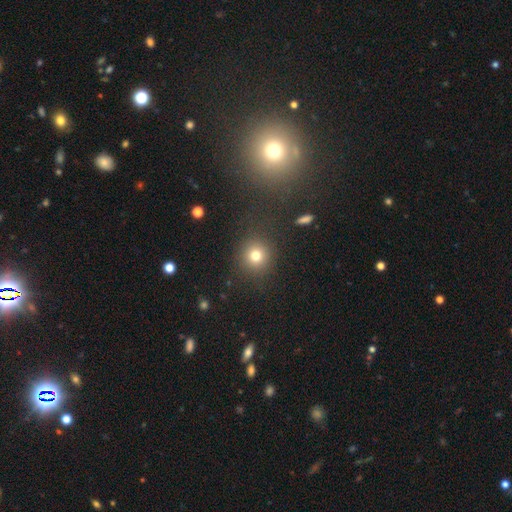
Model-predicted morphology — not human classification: Q: Smooth or featured?
A: smooth (77%); runner-up: star or artifact (15%)
Q: How rounded?
A: round (91%); runner-up: in between (8%)
Q: Merging?
A: none (87%); runner-up: minor disturbance (7%)